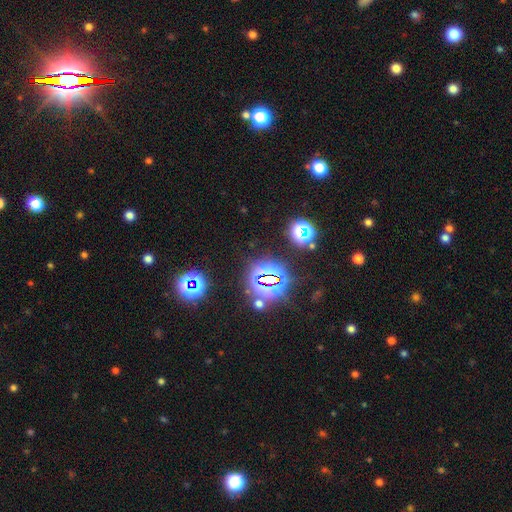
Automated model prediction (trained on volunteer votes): A star or artifact, not a galaxy (80%).